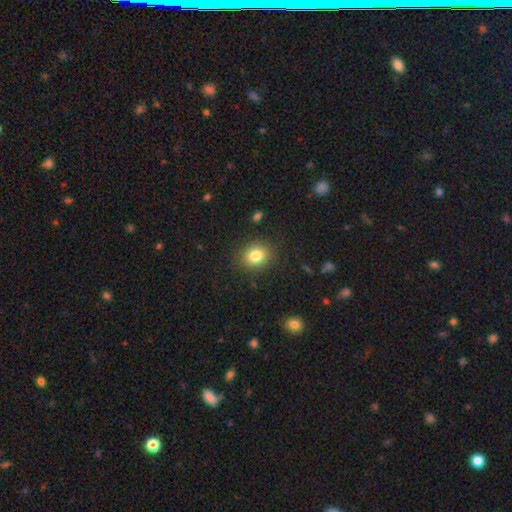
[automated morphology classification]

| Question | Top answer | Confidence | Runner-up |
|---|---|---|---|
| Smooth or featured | smooth | 82% | star or artifact (11%) |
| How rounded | round | 58% | in between (41%) |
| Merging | none | 86% | minor disturbance (9%) |